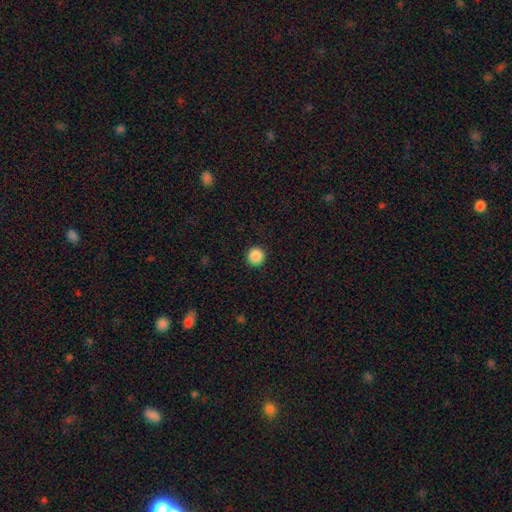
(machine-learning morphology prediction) smooth-or-featured: smooth: 88% | star or artifact: 9% | featured or disk: 3%
  how-rounded: round: 96% | in between: 3% | cigar-shaped: 1%
  merging: none: 93% | minor disturbance: 4% | major disturbance: 2% | merger: 1%